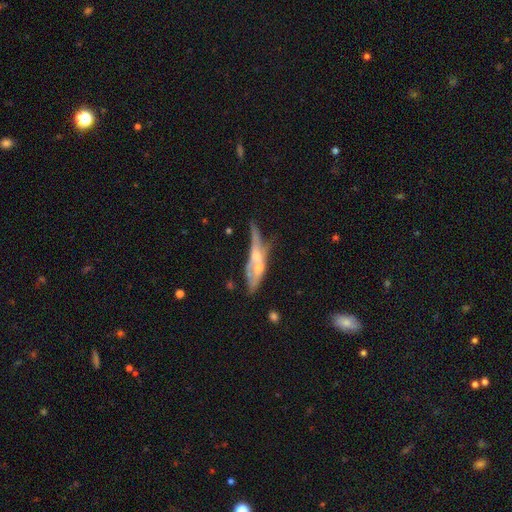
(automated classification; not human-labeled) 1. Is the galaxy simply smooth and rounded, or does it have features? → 56% featured or disk, 37% smooth, 7% star or artifact.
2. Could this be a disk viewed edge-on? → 58% no, 42% yes.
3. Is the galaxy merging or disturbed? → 48% merger, 21% none, 16% major disturbance, 15% minor disturbance.